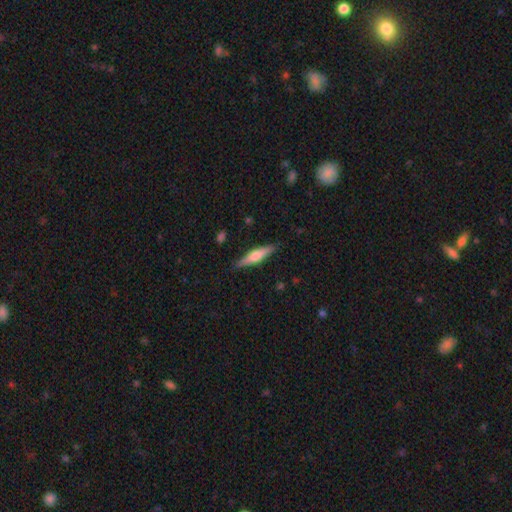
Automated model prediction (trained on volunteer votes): smooth_or_featured: featured or disk (p=0.48) [alt: smooth p=0.46]
merging: none (p=0.88) [alt: minor disturbance p=0.09]